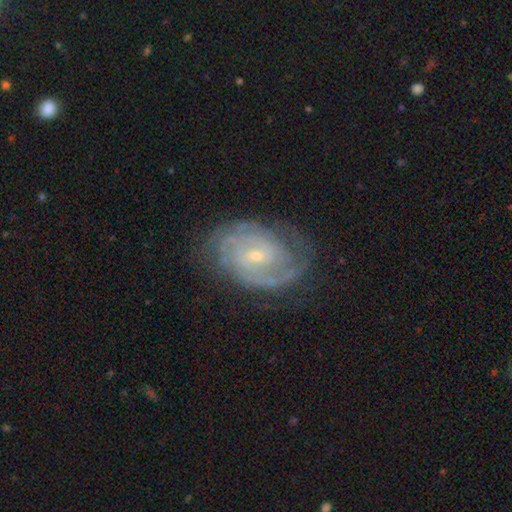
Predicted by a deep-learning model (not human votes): The model was most divided on "bar": no: 48%, weak: 41%, strong: 10%. Remaining: edge-on disk — no (97%); spiral arms — yes (96%); smooth or featured — featured or disk (87%); merging — none (74%); bulge size — small (72%); spiral winding — tight (64%); spiral arm count — 2 (38%).